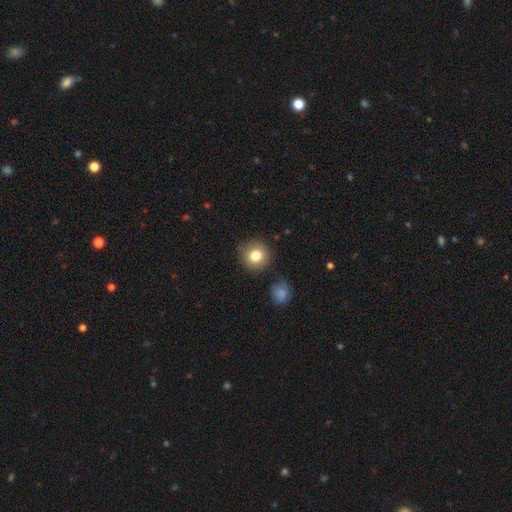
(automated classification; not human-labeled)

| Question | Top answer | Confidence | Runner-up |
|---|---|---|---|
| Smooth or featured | smooth | 81% | star or artifact (10%) |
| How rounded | round | 92% | in between (7%) |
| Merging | none | 86% | minor disturbance (9%) |